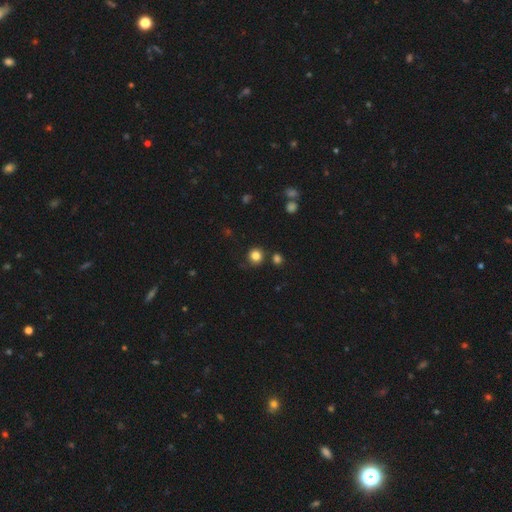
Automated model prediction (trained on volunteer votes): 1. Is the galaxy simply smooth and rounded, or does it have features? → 83% smooth, 12% star or artifact, 5% featured or disk.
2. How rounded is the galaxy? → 91% round, 8% in between, 1% cigar-shaped.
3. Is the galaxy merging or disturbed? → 82% none, 10% minor disturbance, 5% merger, 3% major disturbance.